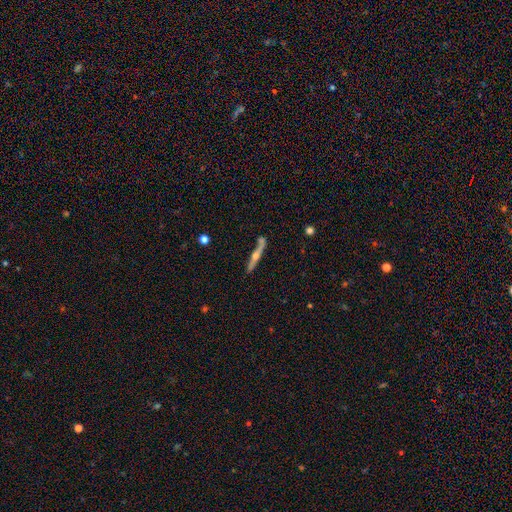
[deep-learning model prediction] The model was most divided on "smooth or featured": featured or disk: 70%, smooth: 24%, star or artifact: 6%. More confident: edge-on disk — yes (96%); edge-on bulge — rounded (90%); merging — none (78%).